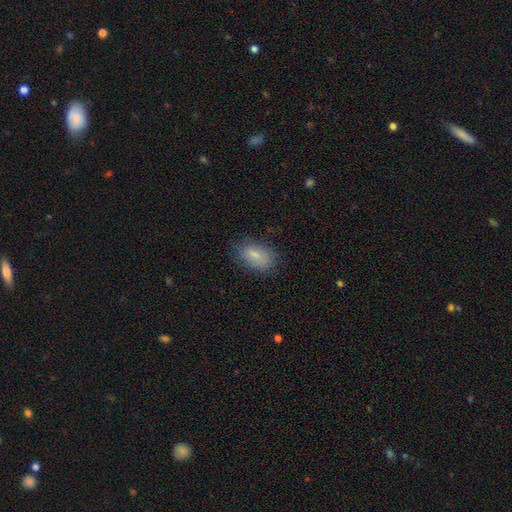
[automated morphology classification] A smooth galaxy with no disk features (76%) that is in between round and cigar-shaped (90%). Merging: none (74%).